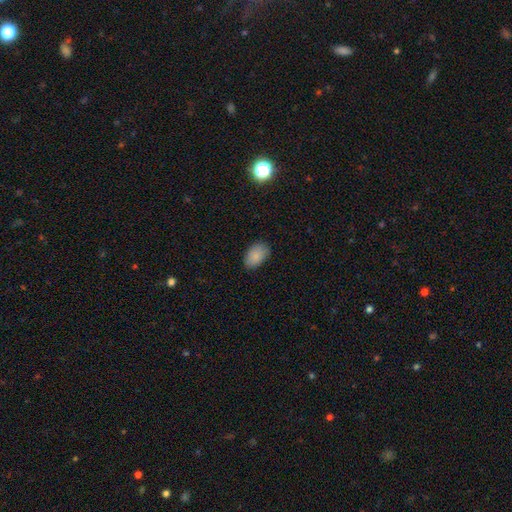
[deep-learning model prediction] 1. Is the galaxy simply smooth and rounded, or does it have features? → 87% smooth, 8% star or artifact, 5% featured or disk.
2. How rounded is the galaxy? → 91% in between, 8% round, 1% cigar-shaped.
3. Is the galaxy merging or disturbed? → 82% none, 15% minor disturbance, 3% major disturbance, 1% merger.